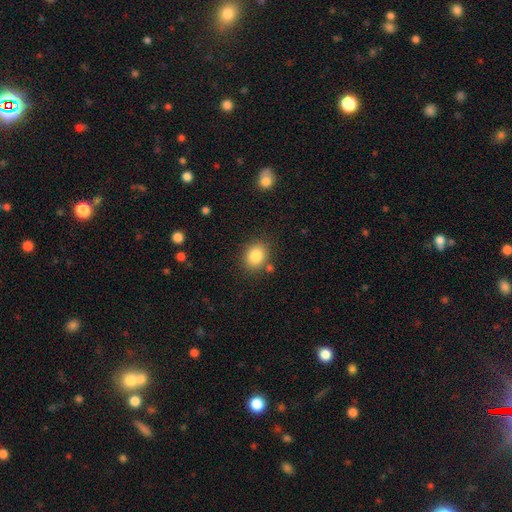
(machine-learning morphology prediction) Q: Smooth or featured?
A: smooth (84%); runner-up: star or artifact (9%)
Q: How rounded?
A: round (59%); runner-up: in between (41%)
Q: Merging?
A: none (82%); runner-up: minor disturbance (11%)